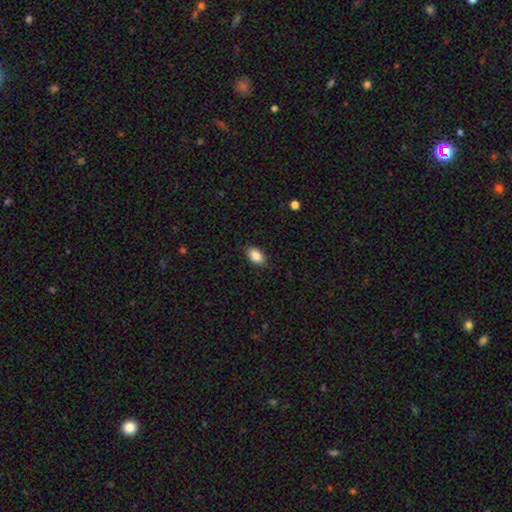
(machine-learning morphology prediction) Smooth or featured? smooth (88%)
How rounded? in between (90%)
Merging? none (86%)